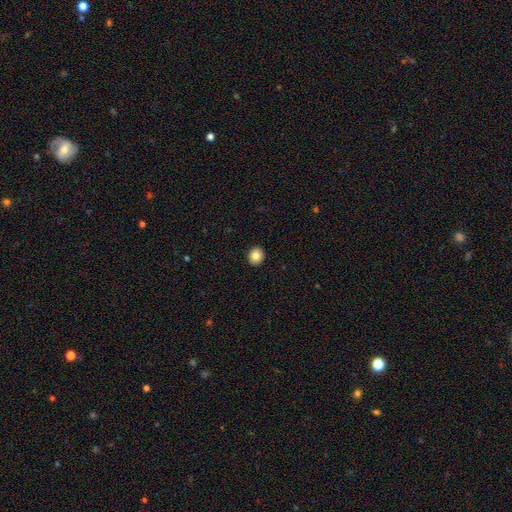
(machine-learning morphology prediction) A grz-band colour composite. It shows a smooth galaxy with no disk features (83%) that is round (83%). Merging: none (93%).